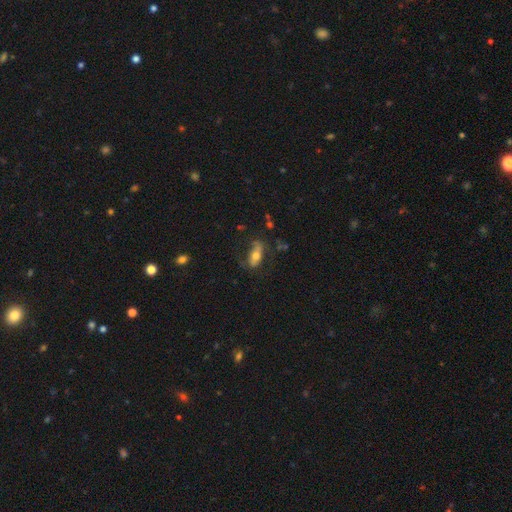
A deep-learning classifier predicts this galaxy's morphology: Smooth or featured?
  - smooth: 55% *
  - featured or disk: 37%
  - star or artifact: 8%
How rounded?
  - in between: 72% *
  - cigar-shaped: 24%
  - round: 4%
Merging?
  - none: 57% *
  - minor disturbance: 23%
  - major disturbance: 17%
  - merger: 3%